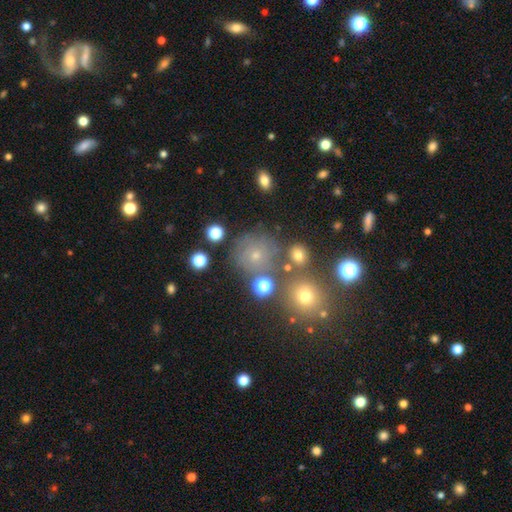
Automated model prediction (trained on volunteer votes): The model was most divided on "smooth or featured": smooth: 53%, star or artifact: 24%, featured or disk: 23%. More confident: how rounded — round (89%); merging — none (73%).